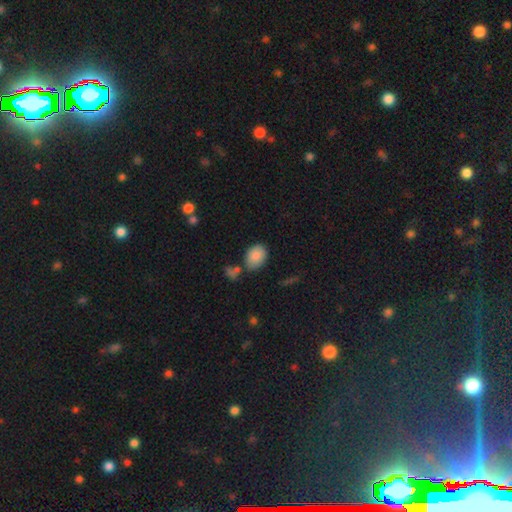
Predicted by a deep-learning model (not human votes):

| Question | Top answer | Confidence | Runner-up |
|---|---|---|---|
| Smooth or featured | smooth | 86% | star or artifact (8%) |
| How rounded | in between | 72% | round (26%) |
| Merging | none | 64% | minor disturbance (17%) |